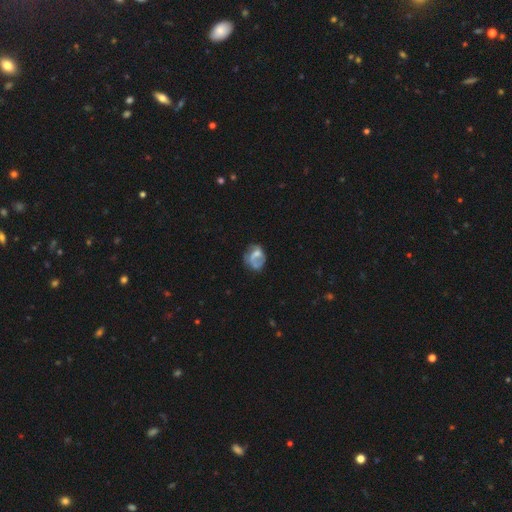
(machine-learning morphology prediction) A featured or disk galaxy (49%). Merging: none (40%).